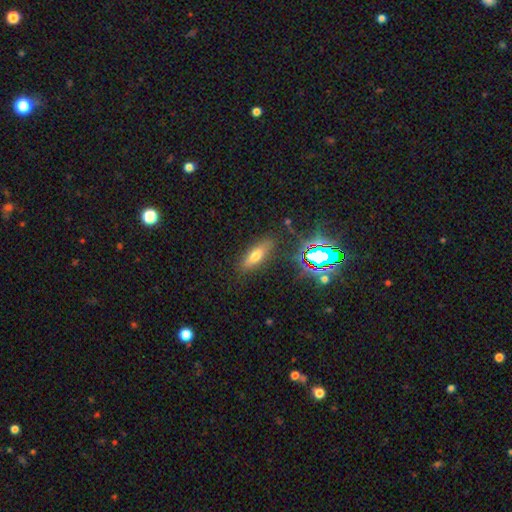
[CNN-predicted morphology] A smooth galaxy with no disk features (60%) that is in between round and cigar-shaped (51%). Merging: none (82%).